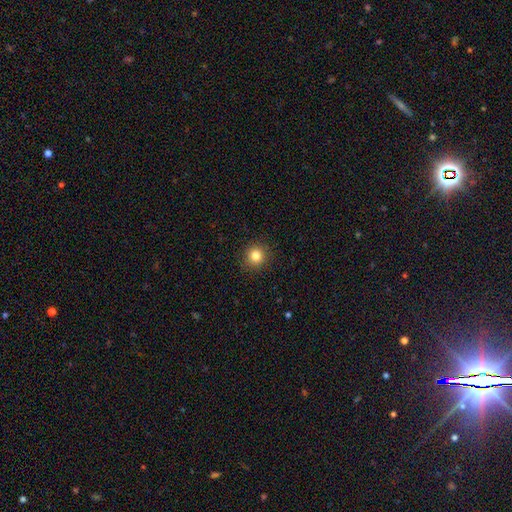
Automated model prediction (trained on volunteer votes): Overall: smooth (82%). How rounded: round (92%). Merging: none (91%).